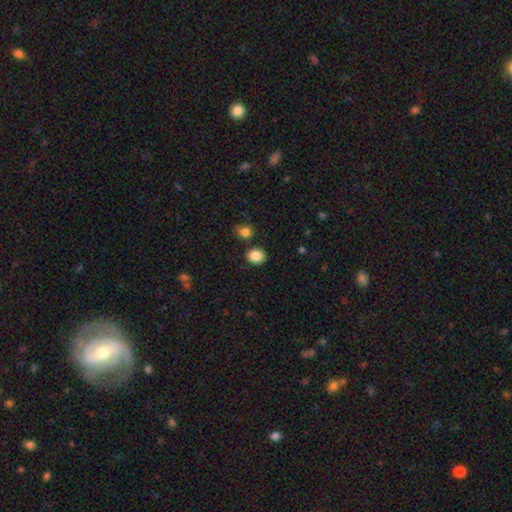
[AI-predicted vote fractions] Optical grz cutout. It shows a smooth galaxy with no disk features (87%) that is round (68%). Merging: none (84%).